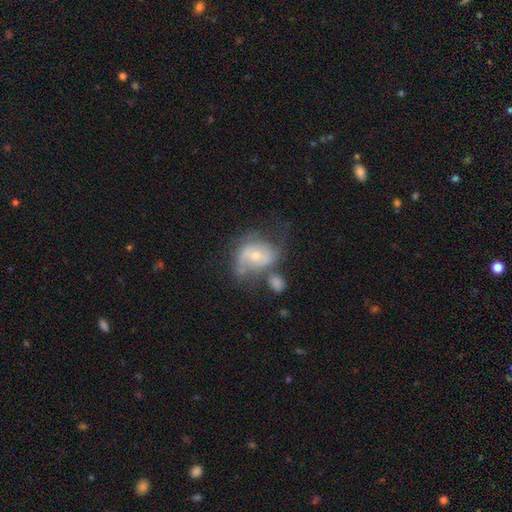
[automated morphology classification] This is likely a featured or disk galaxy (61%). It is clearly not viewed edge-on (96%). Bar: likely no (60%). Spiral arm pattern: likely yes (71%). Central bulge: possibly small (52%). Merging: marginally none (30%).